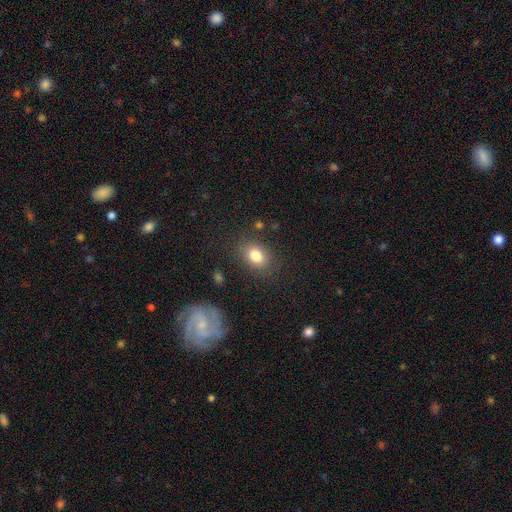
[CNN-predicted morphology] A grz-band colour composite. It shows a smooth galaxy with no disk features (82%) that is in between round and cigar-shaped (68%). Merging: none (81%).